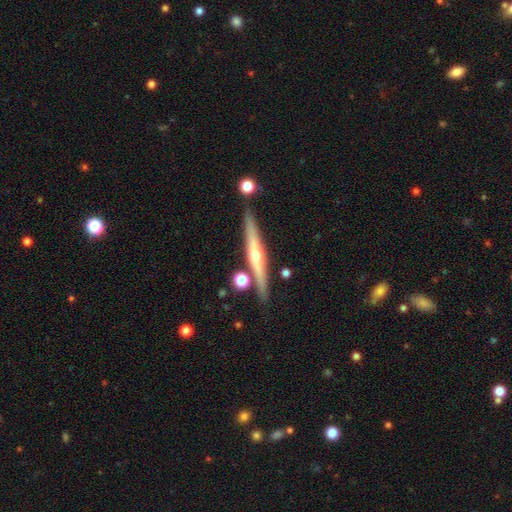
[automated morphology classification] featured or disk 73%, smooth 20%, star or artifact 7%. Down the decision tree: edge-on disk — yes (97%); edge-on bulge — rounded (86%); merging — none (85%).